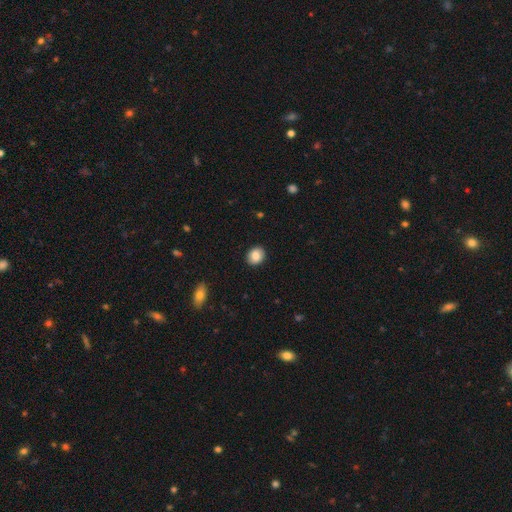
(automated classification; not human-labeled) This appears to be a smooth galaxy with no disk features (83%) that is round (65%). Merging: none (90%).